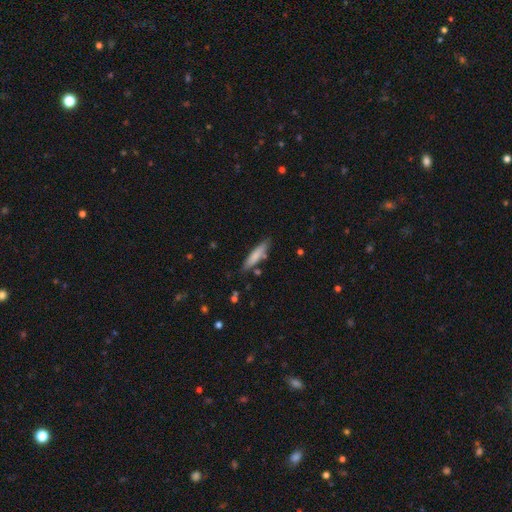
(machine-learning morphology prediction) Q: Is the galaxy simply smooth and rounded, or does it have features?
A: smooth — 77%.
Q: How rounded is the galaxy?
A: cigar-shaped — 80%.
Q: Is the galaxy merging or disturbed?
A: none — 79%.